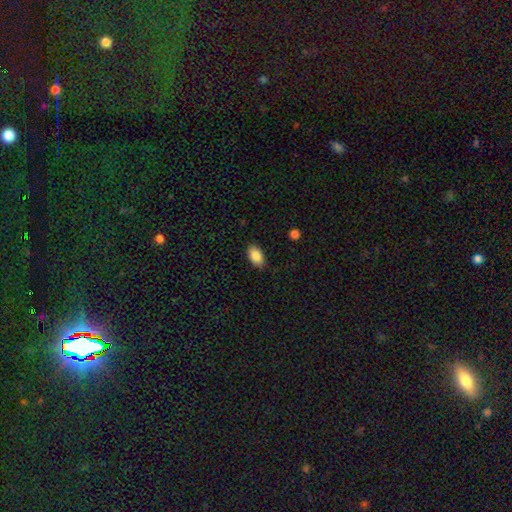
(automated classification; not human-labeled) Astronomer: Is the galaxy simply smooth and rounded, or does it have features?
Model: smooth — 87%.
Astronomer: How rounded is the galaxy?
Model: in between — 92%.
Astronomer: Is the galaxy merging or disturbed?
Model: none — 87%.